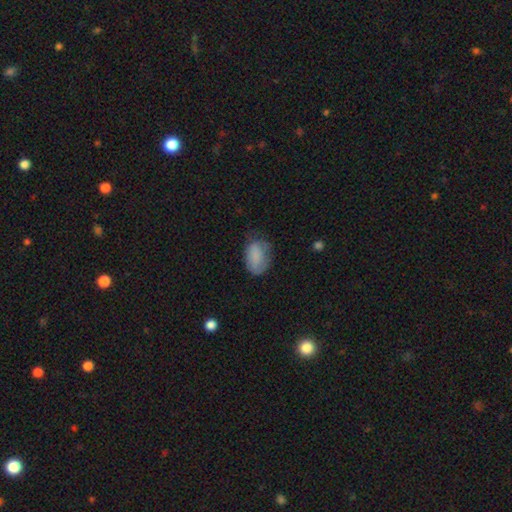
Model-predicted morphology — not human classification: This is clearly a smooth galaxy (80%). How rounded: clearly in between (85%). Merging: possibly none (50%).